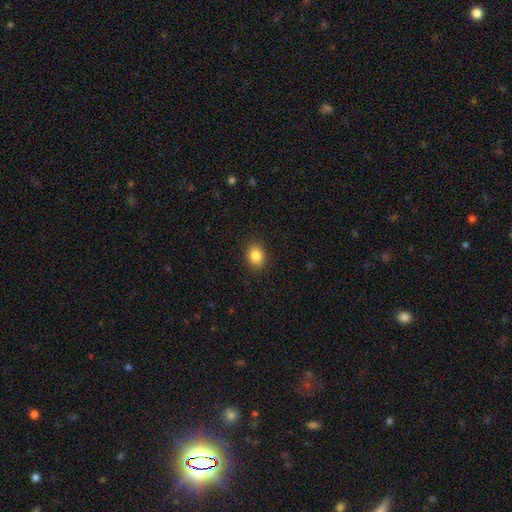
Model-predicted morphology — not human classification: The model was most divided on "how rounded": round: 52%, in between: 47%, cigar-shaped: 1%. More confident: merging — none (89%); smooth or featured — smooth (85%).